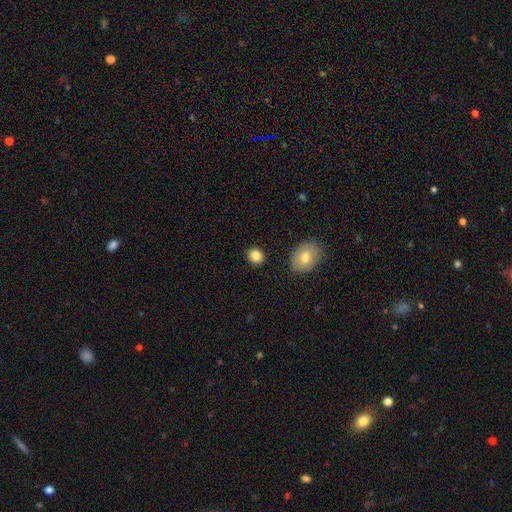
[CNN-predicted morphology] Overall: smooth (85%). How rounded: round (75%). Merging: none (88%).